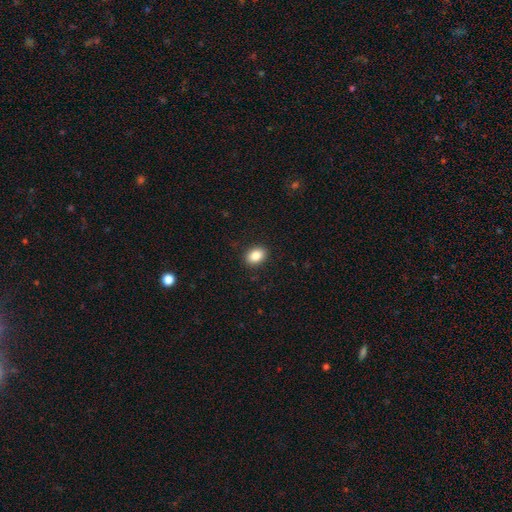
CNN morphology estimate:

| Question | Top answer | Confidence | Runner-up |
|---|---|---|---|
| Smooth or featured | smooth | 87% | star or artifact (8%) |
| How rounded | in between | 73% | round (26%) |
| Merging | none | 90% | minor disturbance (7%) |